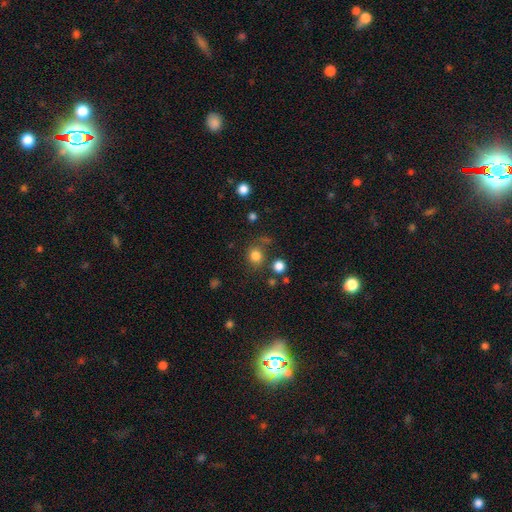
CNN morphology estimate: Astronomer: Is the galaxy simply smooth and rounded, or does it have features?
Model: smooth — 81%.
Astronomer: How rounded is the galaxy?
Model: round — 82%.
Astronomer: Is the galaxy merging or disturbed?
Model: none — 75%.